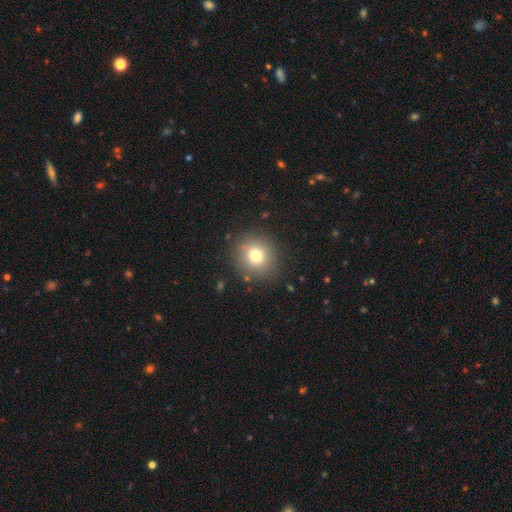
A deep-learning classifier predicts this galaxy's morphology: smooth 76%, star or artifact 13%, featured or disk 11%. Down the decision tree: how rounded — round (91%); merging — none (87%).